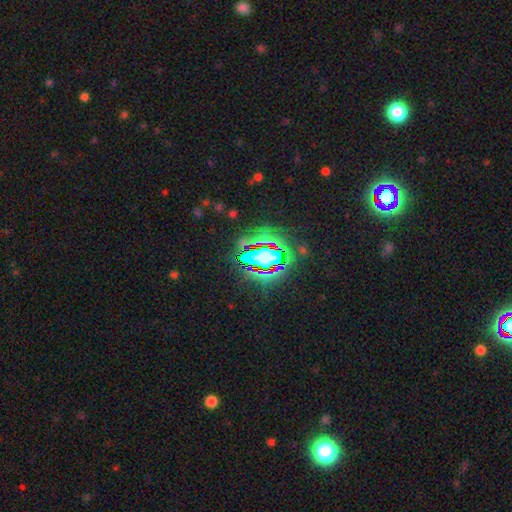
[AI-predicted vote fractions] Q: Smooth or featured?
A: star or artifact (83%); runner-up: smooth (9%)